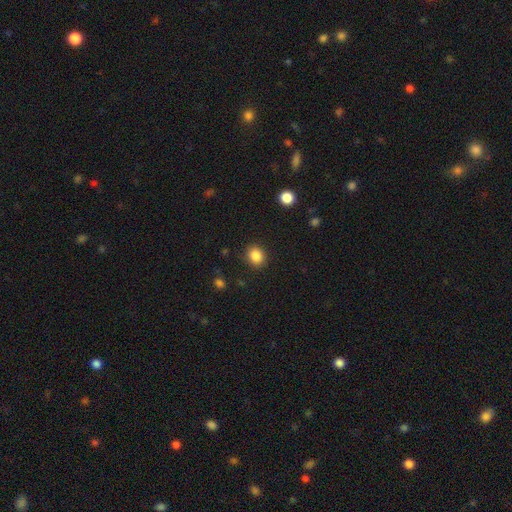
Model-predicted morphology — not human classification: A smooth galaxy with no disk features (86%) that is round (69%). Merging: none (89%).